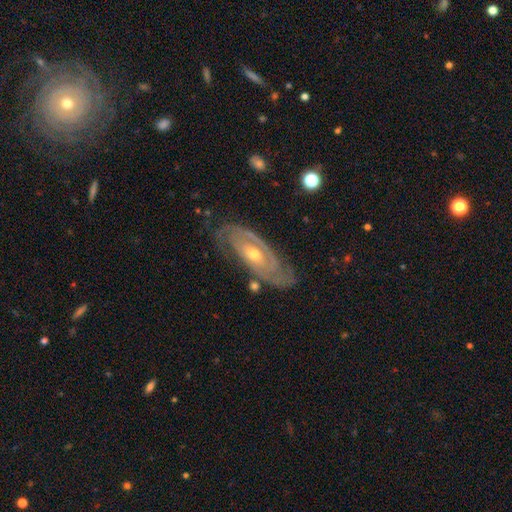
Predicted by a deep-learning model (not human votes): A featured or disk galaxy (87%) with no bar (62%), 2 (59%) tight (70%) spiral arms (93%) and a moderate central bulge (51%).

Vote fractions:
- Smooth or featured? featured or disk: 87% / smooth: 7% / star or artifact: 6%
- Edge-on disk? no: 91% / yes: 9%
- Bar? no: 62% / weak: 28% / strong: 11%
- Spiral arms? yes: 93% / no: 7%
- Spiral winding? tight: 70% / medium: 24% / loose: 6%
- Spiral arm count? 2: 59% / can't tell: 23% / 3: 8% / 1: 3% / 4: 3% / more than 4: 3%
- Bulge size? moderate: 51% / small: 45% / large: 2% / none: 1% / dominant: 1%
- Merging? none: 78% / minor disturbance: 15% / major disturbance: 5% / merger: 2%